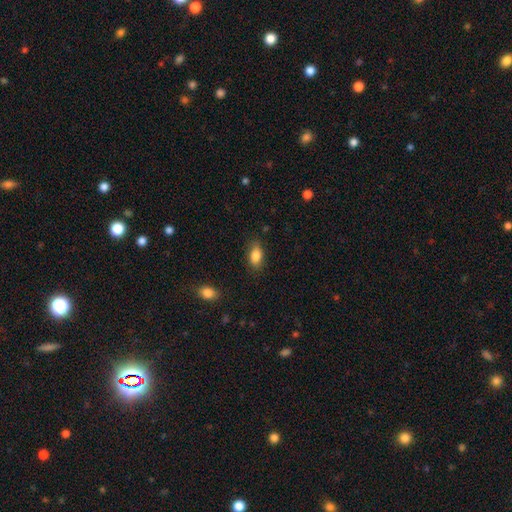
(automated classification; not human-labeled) The model was most divided on "merging": none: 82%, minor disturbance: 13%, major disturbance: 3%, merger: 1%. More confident: how rounded — in between (88%); smooth or featured — smooth (86%).